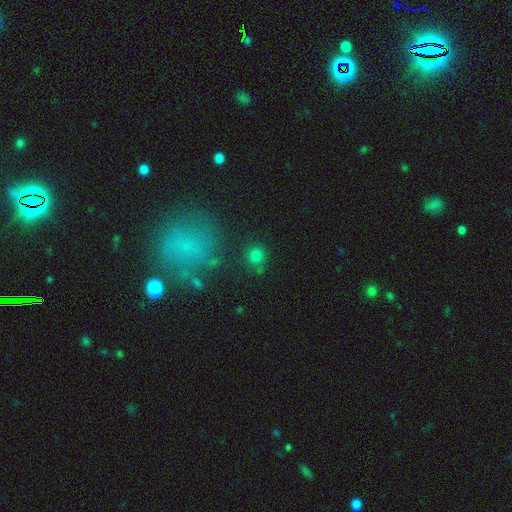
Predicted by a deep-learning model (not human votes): Q: Smooth or featured?
A: smooth (76%); runner-up: star or artifact (17%)
Q: How rounded?
A: round (89%); runner-up: in between (9%)
Q: Merging?
A: none (80%); runner-up: minor disturbance (9%)